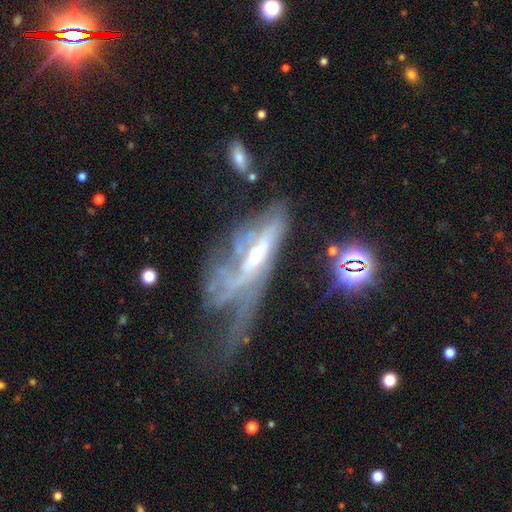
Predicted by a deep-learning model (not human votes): A featured or disk galaxy (71%) with no bar (52%), spiral arms (52%) and a moderate central bulge (56%). Merging: major disturbance (56%).